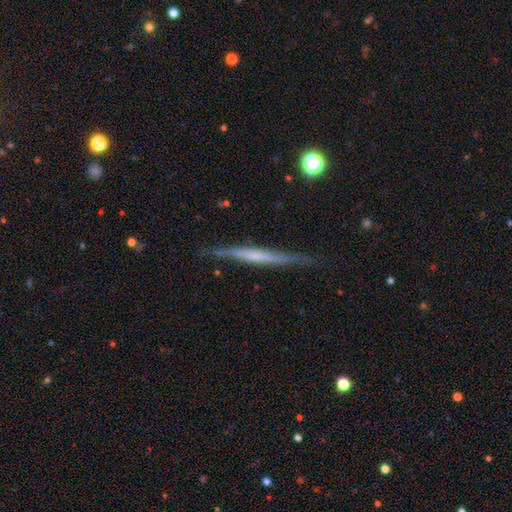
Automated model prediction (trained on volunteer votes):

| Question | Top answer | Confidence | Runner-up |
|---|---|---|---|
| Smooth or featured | featured or disk | 64% | smooth (30%) |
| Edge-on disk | yes | 96% | no (4%) |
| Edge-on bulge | none | 68% | rounded (20%) |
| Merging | none | 85% | minor disturbance (11%) |